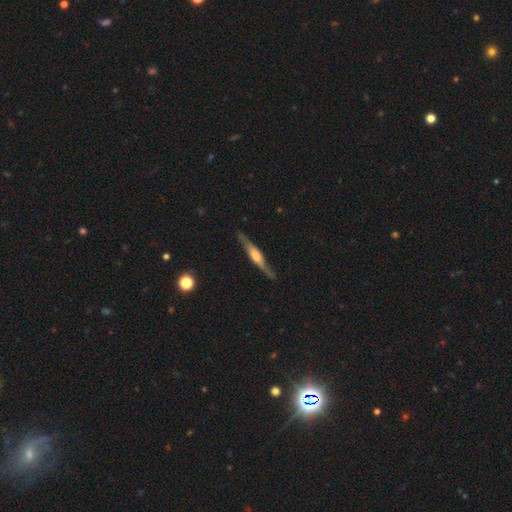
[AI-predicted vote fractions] Q: Smooth or featured?
A: featured or disk (74%); runner-up: smooth (21%)
Q: Edge-on disk?
A: yes (93%); runner-up: no (7%)
Q: Edge-on bulge?
A: rounded (63%); runner-up: boxy (29%)
Q: Merging?
A: none (84%); runner-up: minor disturbance (12%)